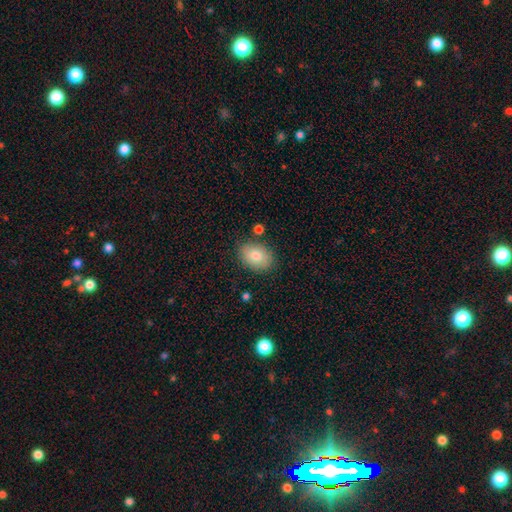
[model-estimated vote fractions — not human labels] smooth-or-featured: smooth: 80% | featured or disk: 12% | star or artifact: 8%
  how-rounded: in between: 76% | round: 23% | cigar-shaped: 1%
  merging: none: 83% | minor disturbance: 12% | merger: 3% | major disturbance: 3%